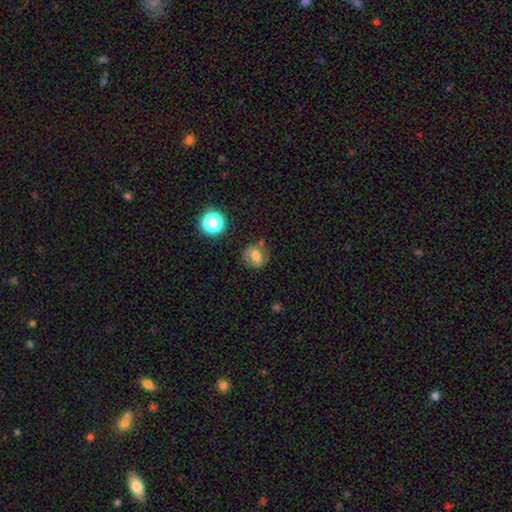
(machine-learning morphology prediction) A smooth galaxy with no disk features (60%) that is round (61%). Merging: none (69%).